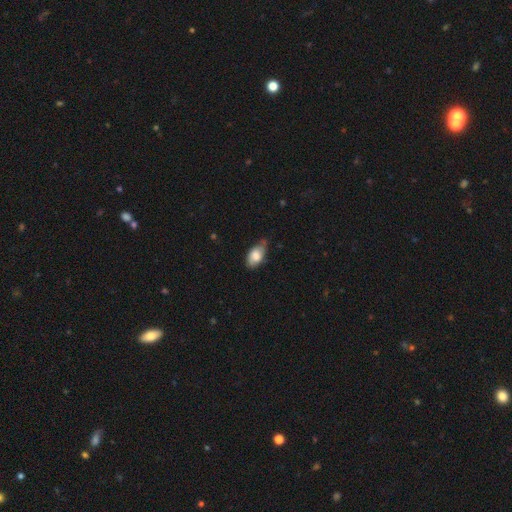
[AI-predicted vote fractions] A smooth galaxy with no disk features (76%) that is in between round and cigar-shaped (92%).

Vote fractions:
- Smooth or featured? smooth: 76% / featured or disk: 17% / star or artifact: 7%
- How rounded? in between: 92% / round: 5% / cigar-shaped: 4%
- Merging? none: 58% / minor disturbance: 34% / major disturbance: 6% / merger: 2%